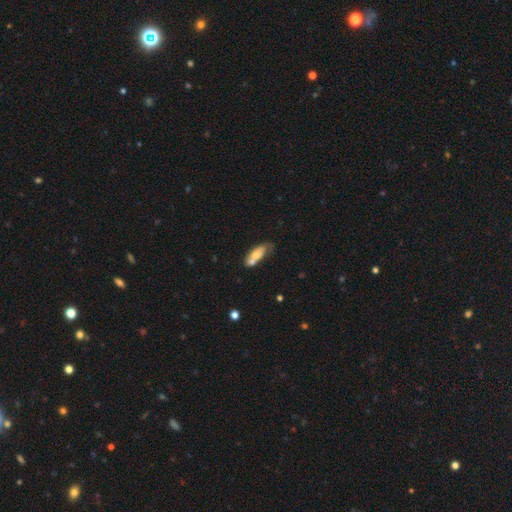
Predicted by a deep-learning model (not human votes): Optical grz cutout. It shows a smooth galaxy with no disk features (70%) that is in between round and cigar-shaped (63%). Merging: none (38%).